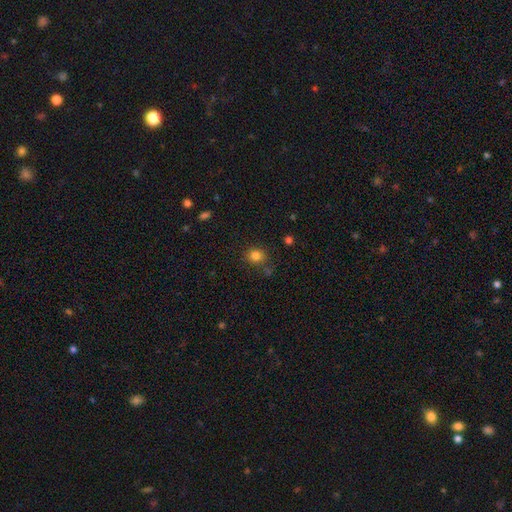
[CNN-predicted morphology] smooth_or_featured: smooth (p=0.81) [alt: star or artifact p=0.13]
how_rounded: round (p=0.77) [alt: in between p=0.22]
merging: none (p=0.76) [alt: minor disturbance p=0.13]